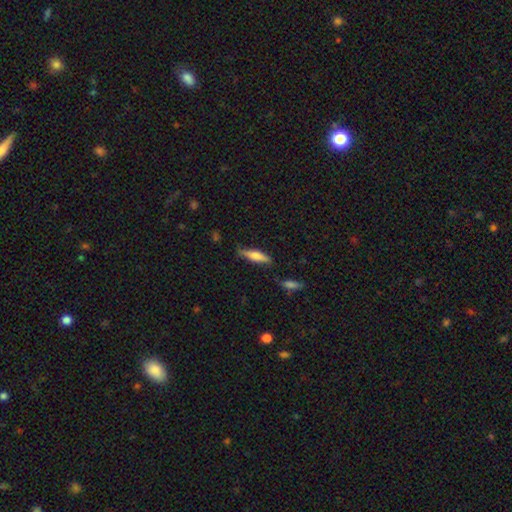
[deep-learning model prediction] Smooth or featured: smooth — 59% (featured or disk — 34%)
How rounded: cigar-shaped — 71% (in between — 28%)
Merging: none — 73% (minor disturbance — 18%)